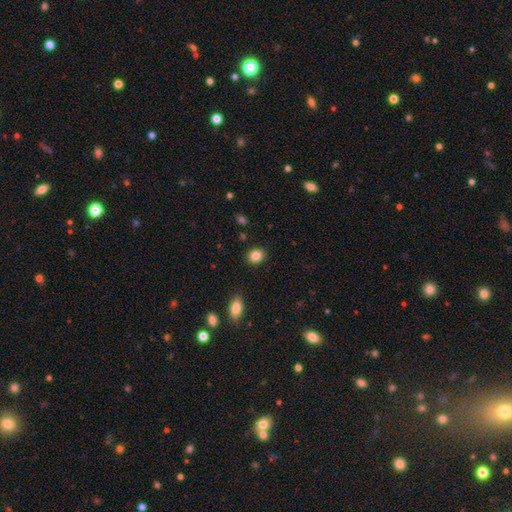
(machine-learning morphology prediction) Smooth or featured?
  - smooth: 85% *
  - star or artifact: 9%
  - featured or disk: 6%
How rounded?
  - round: 66% *
  - in between: 33%
  - cigar-shaped: 1%
Merging?
  - none: 89% *
  - minor disturbance: 7%
  - major disturbance: 2%
  - merger: 2%